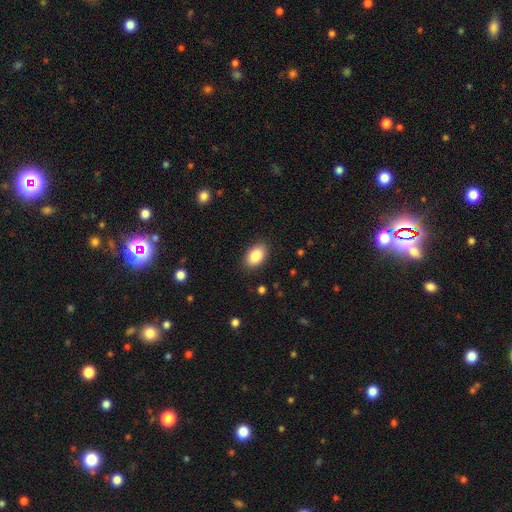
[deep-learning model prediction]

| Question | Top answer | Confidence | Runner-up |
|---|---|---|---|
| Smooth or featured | smooth | 86% | star or artifact (7%) |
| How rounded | in between | 89% | round (9%) |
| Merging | none | 88% | minor disturbance (9%) |